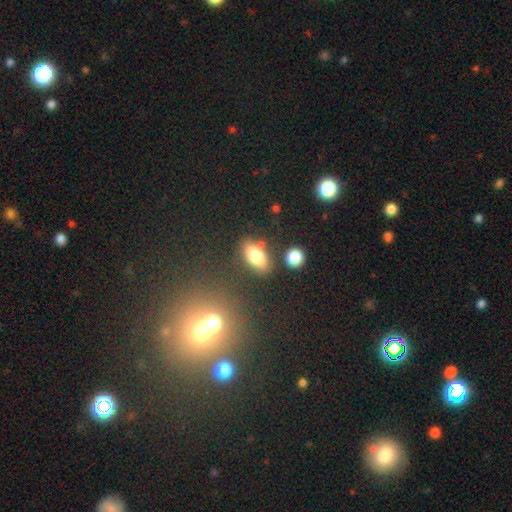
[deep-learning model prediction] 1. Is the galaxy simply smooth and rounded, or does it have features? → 77% smooth, 14% featured or disk, 9% star or artifact.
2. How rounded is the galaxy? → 84% in between, 10% cigar-shaped, 6% round.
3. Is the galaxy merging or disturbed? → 74% none, 13% minor disturbance, 9% merger, 4% major disturbance.